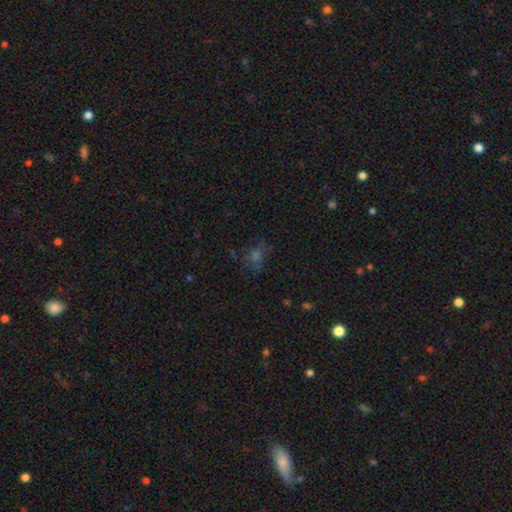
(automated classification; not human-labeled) Smooth or featured? Predicted: smooth (p=0.42). Merging? Predicted: none (p=0.68).